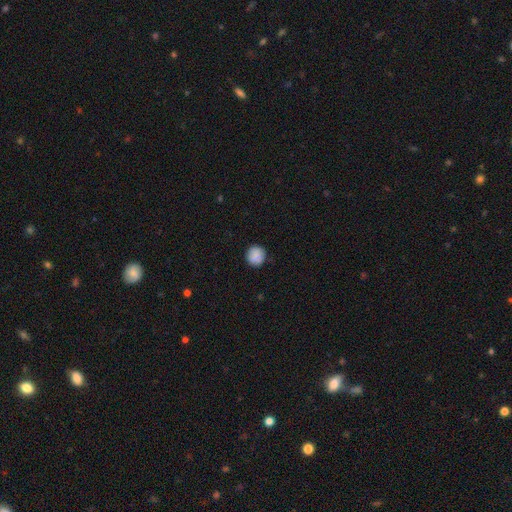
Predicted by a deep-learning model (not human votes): A smooth galaxy with no disk features (87%) that is round (91%).

Vote fractions:
- Smooth or featured? smooth: 87% / star or artifact: 8% / featured or disk: 5%
- How rounded? round: 91% / in between: 8% / cigar-shaped: 1%
- Merging? none: 87% / minor disturbance: 10% / major disturbance: 2% / merger: 1%